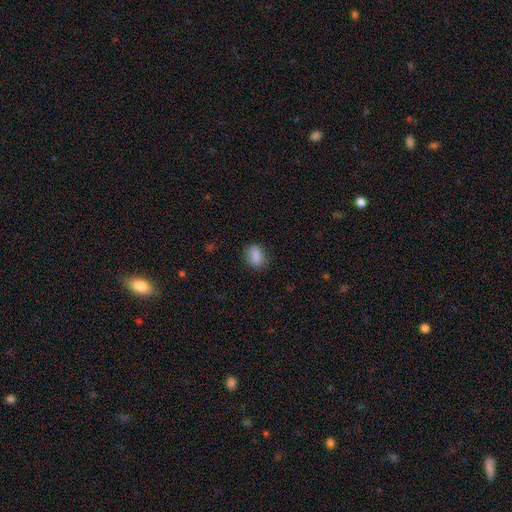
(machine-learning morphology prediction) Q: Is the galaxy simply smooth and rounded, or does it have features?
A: smooth — 85%.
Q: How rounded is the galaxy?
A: in between — 71%.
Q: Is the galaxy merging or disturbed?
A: none — 78%.